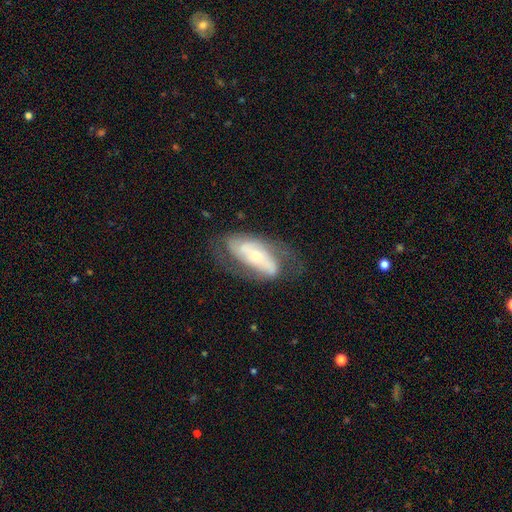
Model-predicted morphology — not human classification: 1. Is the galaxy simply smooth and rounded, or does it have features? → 74% featured or disk, 20% smooth, 6% star or artifact.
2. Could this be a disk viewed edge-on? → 89% no, 11% yes.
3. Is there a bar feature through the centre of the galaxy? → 56% no, 22% strong, 22% weak.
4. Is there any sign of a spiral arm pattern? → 81% yes, 19% no.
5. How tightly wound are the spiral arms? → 39% medium, 34% tight, 27% loose.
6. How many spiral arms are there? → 72% 2, 18% can't tell, 4% 3, 3% 1, 1% 4, 1% more than 4.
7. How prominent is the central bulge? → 58% small, 37% moderate, 3% large, 1% dominant, 1% none.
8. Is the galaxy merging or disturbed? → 64% none, 21% minor disturbance, 14% major disturbance, 2% merger.